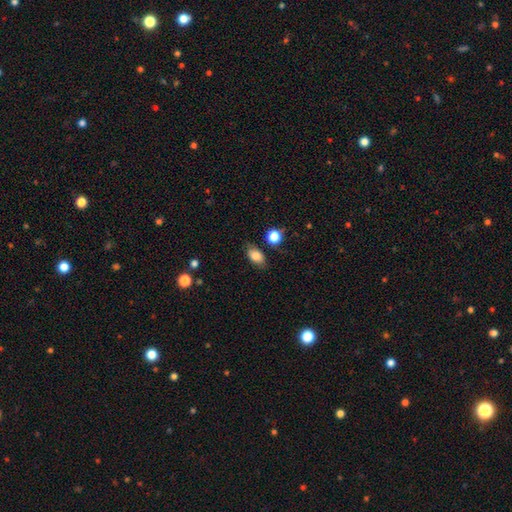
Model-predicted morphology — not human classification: The model was most divided on "merging": none: 78%, minor disturbance: 15%, major disturbance: 4%, merger: 3%. More confident: how rounded — in between (85%); smooth or featured — smooth (81%).